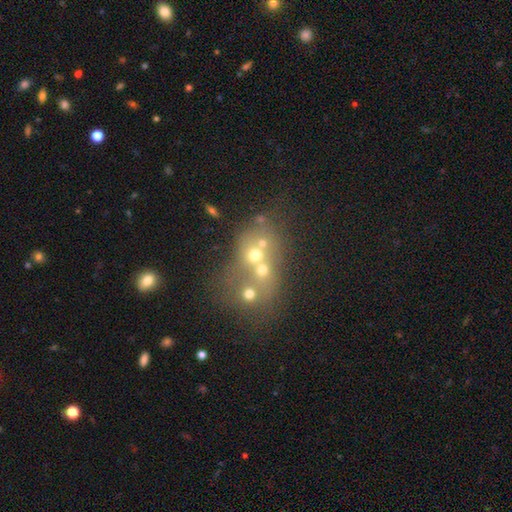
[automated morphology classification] smooth 44%, featured or disk 31%, star or artifact 24%. Down the decision tree: merging — merger (58%).